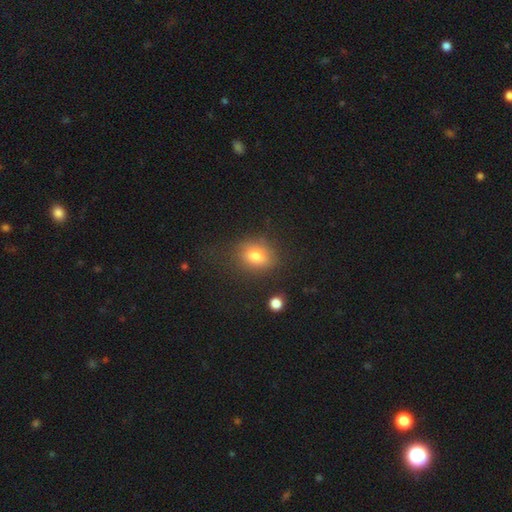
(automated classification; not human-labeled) Smooth or featured: smooth — 77% (star or artifact — 11%)
How rounded: in between — 58% (round — 41%)
Merging: none — 71% (minor disturbance — 18%)